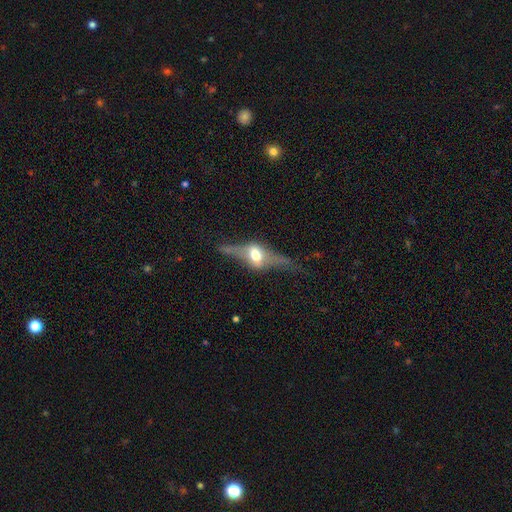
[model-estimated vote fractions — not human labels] The model was most divided on "merging": none: 70%, minor disturbance: 17%, major disturbance: 11%, merger: 2%. More confident: edge-on bulge — rounded (94%); edge-on disk — yes (89%); smooth or featured — featured or disk (75%).